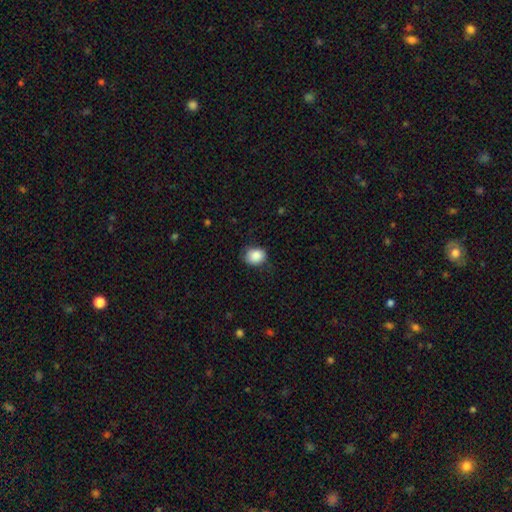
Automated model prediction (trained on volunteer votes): Smooth or featured: smooth — 87% (star or artifact — 8%)
How rounded: round — 50% (in between — 49%)
Merging: none — 70% (minor disturbance — 24%)